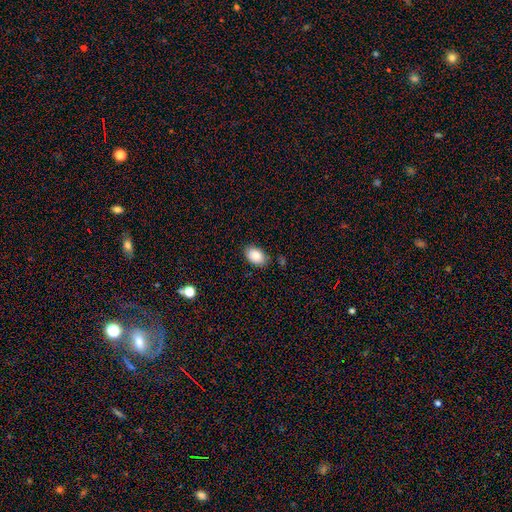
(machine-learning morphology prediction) smooth 85%, star or artifact 8%, featured or disk 7%. Down the decision tree: how rounded — in between (87%); merging — none (82%).